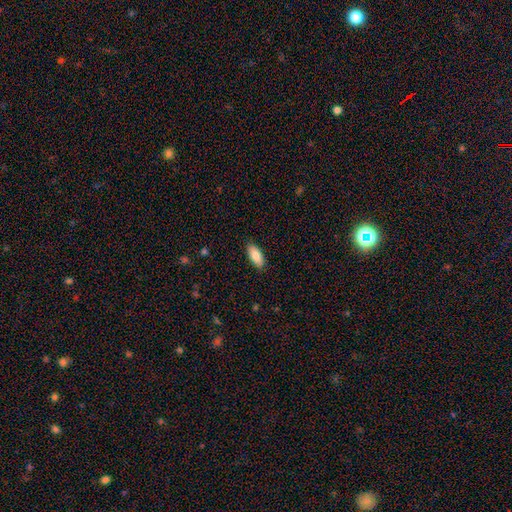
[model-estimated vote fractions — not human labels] Smooth or featured?
  - smooth: 86% *
  - featured or disk: 8%
  - star or artifact: 6%
How rounded?
  - in between: 85% *
  - cigar-shaped: 14%
  - round: 2%
Merging?
  - none: 88% *
  - minor disturbance: 9%
  - major disturbance: 2%
  - merger: 1%